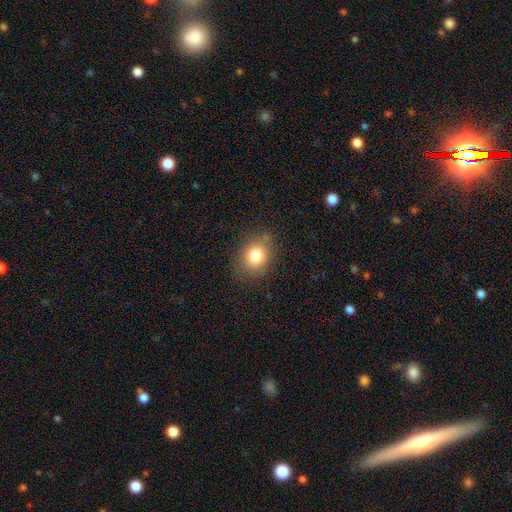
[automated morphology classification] Smooth or featured? smooth (80%)
How rounded? in between (51%)
Merging? none (79%)